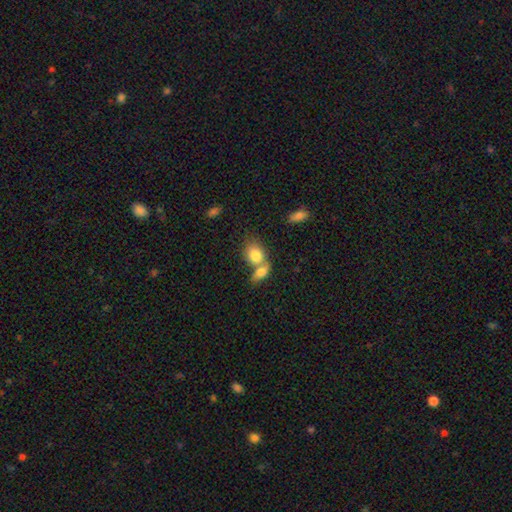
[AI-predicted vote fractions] A smooth galaxy with no disk features (82%) that is in between round and cigar-shaped (66%).

Vote fractions:
- Smooth or featured? smooth: 82% / featured or disk: 11% / star or artifact: 7%
- How rounded? in between: 66% / round: 32% / cigar-shaped: 2%
- Merging? merger: 60% / none: 29% / minor disturbance: 8% / major disturbance: 4%